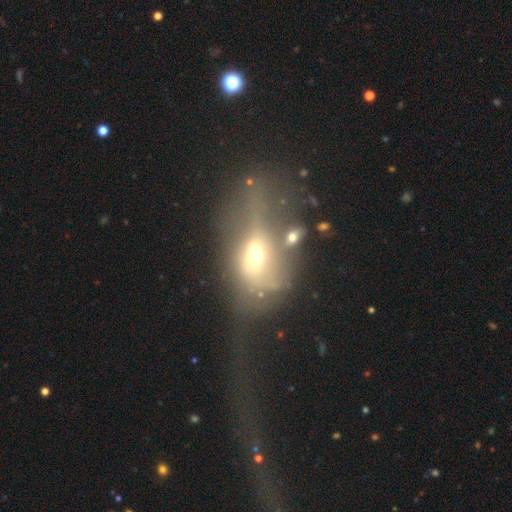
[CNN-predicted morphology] Overall: featured or disk (42%; smooth 41%). Merging: major disturbance (51%; none 20%).